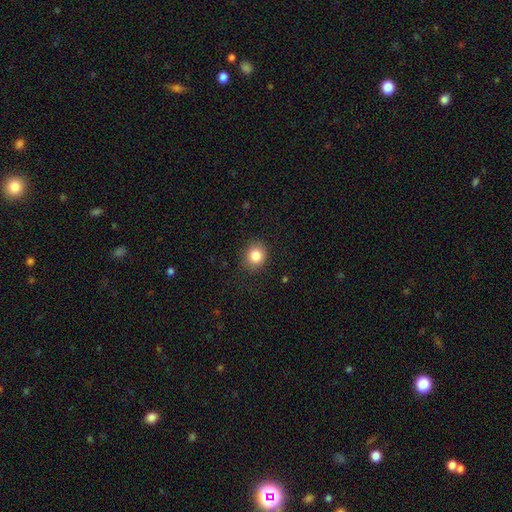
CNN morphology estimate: smooth 83%, star or artifact 11%, featured or disk 6%. Down the decision tree: how rounded — round (80%); merging — none (86%).